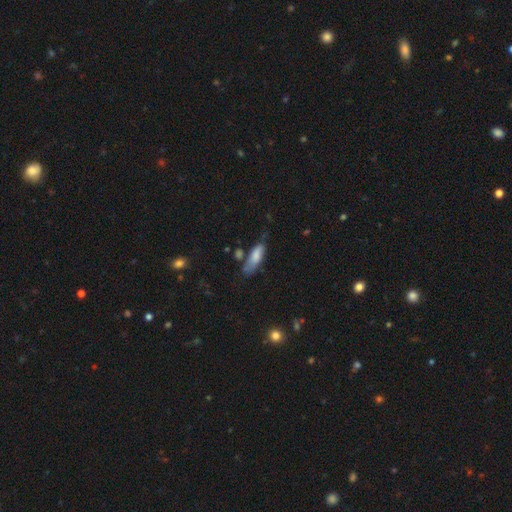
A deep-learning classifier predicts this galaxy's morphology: A smooth galaxy with no disk features (79%) that is in between round and cigar-shaped (61%).

Vote fractions:
- Smooth or featured? smooth: 79% / featured or disk: 14% / star or artifact: 7%
- How rounded? in between: 61% / cigar-shaped: 37% / round: 2%
- Merging? none: 49% / minor disturbance: 30% / major disturbance: 12% / merger: 10%